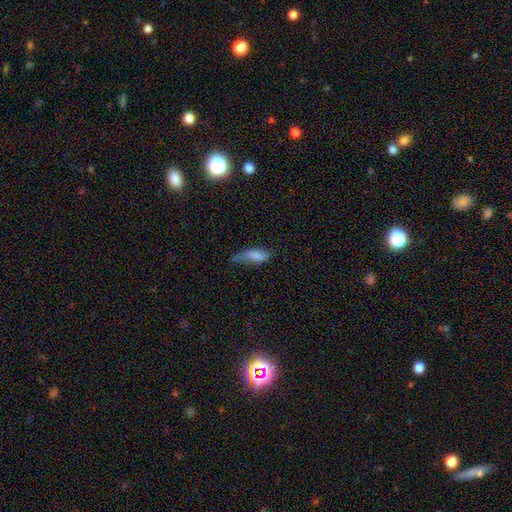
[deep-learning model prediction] smooth-or-featured: smooth: 77% | featured or disk: 15% | star or artifact: 8%
  how-rounded: in between: 71% | cigar-shaped: 27% | round: 2%
  merging: minor disturbance: 41% | none: 37% | major disturbance: 19% | merger: 3%